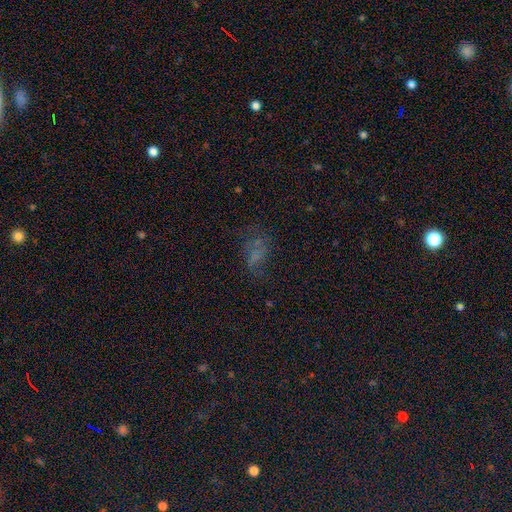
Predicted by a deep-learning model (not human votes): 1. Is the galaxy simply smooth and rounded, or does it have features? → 43% smooth, 28% star or artifact, 28% featured or disk.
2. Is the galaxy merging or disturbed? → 46% none, 27% major disturbance, 22% minor disturbance, 5% merger.